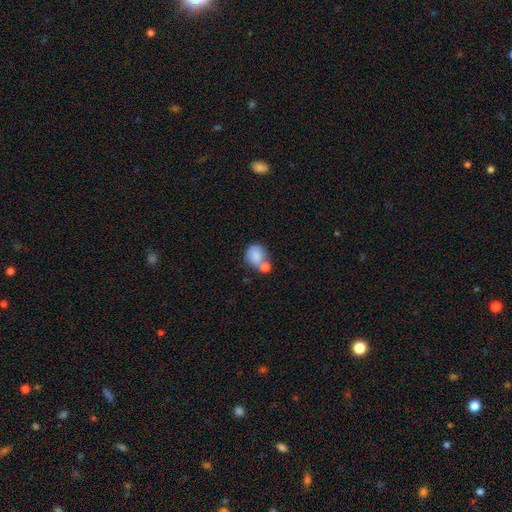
Overall: smooth (82%). How rounded: round (88%). Merging: none (63%; merger 24%).